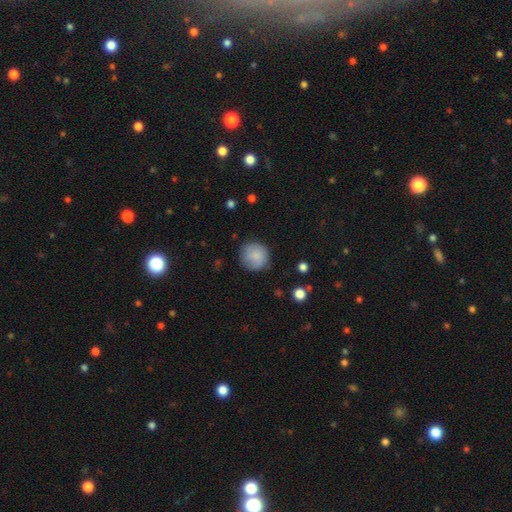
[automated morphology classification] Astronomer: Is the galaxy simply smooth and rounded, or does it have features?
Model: smooth — 85%.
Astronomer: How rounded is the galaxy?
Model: round — 93%.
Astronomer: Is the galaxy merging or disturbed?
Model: none — 82%.